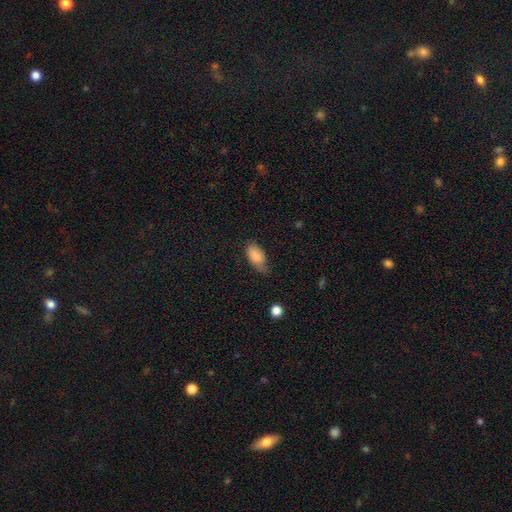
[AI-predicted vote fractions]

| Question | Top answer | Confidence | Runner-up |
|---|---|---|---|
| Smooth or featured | smooth | 85% | featured or disk (8%) |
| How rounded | in between | 92% | cigar-shaped (4%) |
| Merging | none | 50% | minor disturbance (39%) |